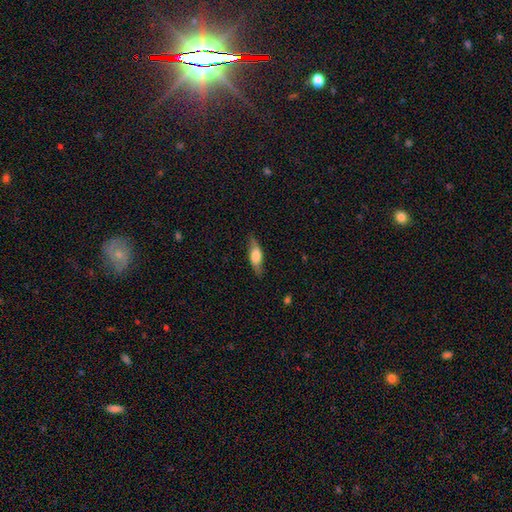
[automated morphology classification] Smooth or featured: smooth — 57% (featured or disk — 36%)
How rounded: in between — 63% (cigar-shaped — 34%)
Merging: none — 74% (minor disturbance — 19%)